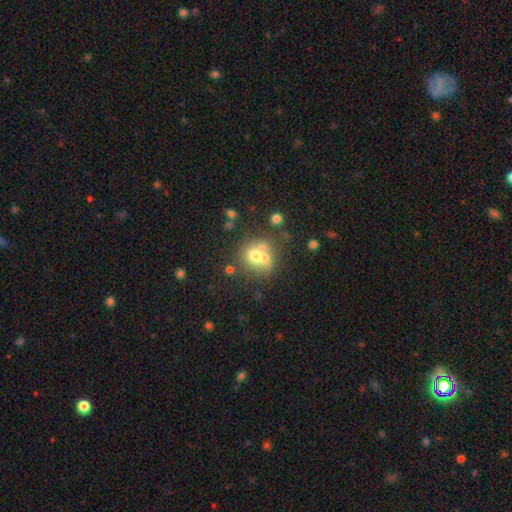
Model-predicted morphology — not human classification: smooth_or_featured: smooth (p=0.62) [alt: featured or disk p=0.24]
how_rounded: round (p=0.77) [alt: in between p=0.22]
merging: merger (p=0.46) [alt: none p=0.39]